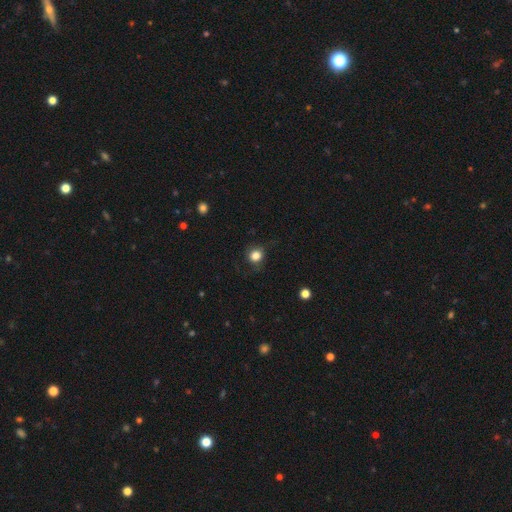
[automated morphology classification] smooth 82%, star or artifact 11%, featured or disk 7%. Down the decision tree: how rounded — round (84%); merging — none (75%).